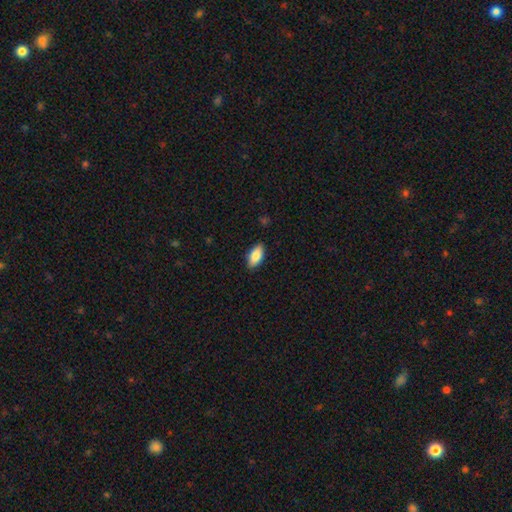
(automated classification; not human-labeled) smooth_or_featured: smooth (p=0.85) [alt: featured or disk p=0.08]
how_rounded: in between (p=0.91) [alt: cigar-shaped p=0.07]
merging: none (p=0.88) [alt: minor disturbance p=0.09]